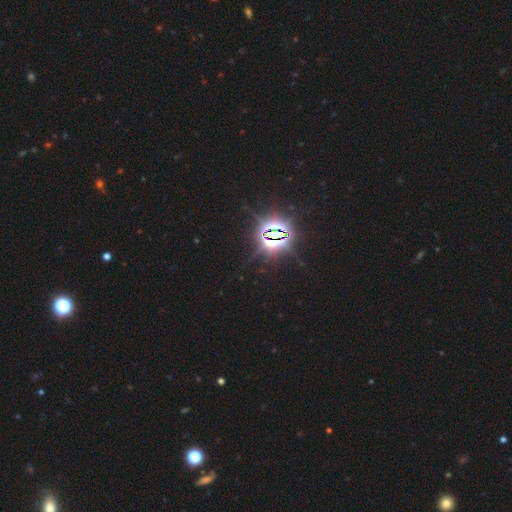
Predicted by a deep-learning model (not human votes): This appears to be a star or artifact, not a galaxy (83%).